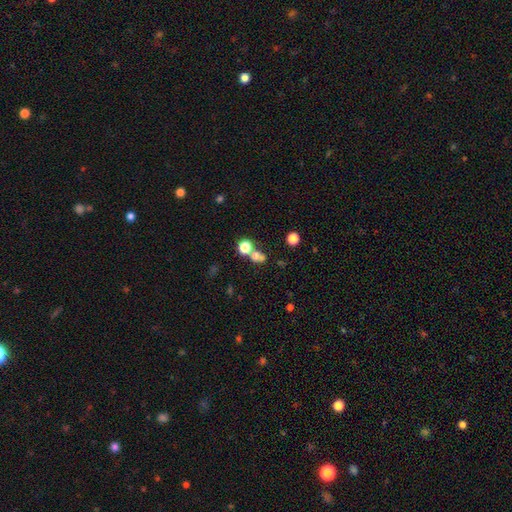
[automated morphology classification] Overall: smooth (69%). How rounded: round (72%). Merging: merger (48%; none 39%).